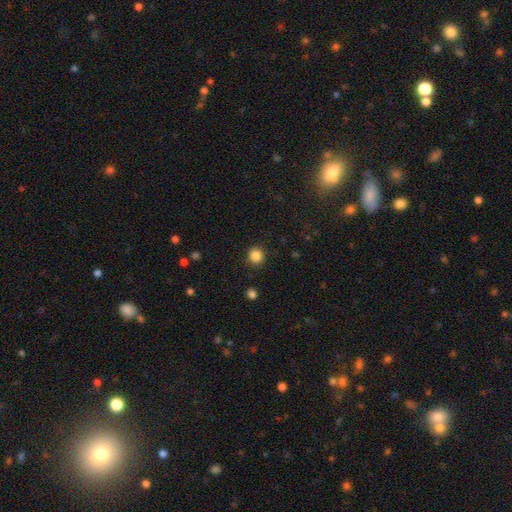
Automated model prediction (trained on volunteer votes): Morphology: type=smooth (86%); roundness=round (91%); merging=none (90%).